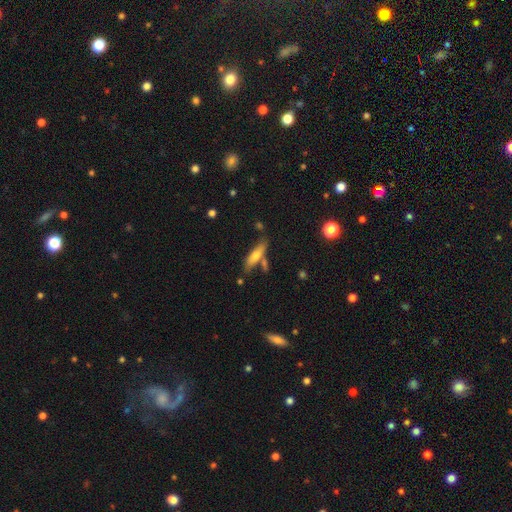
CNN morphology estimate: This appears to be a smooth galaxy with no disk features (60%) that is cigar-shaped (67%). Merging: none (64%).